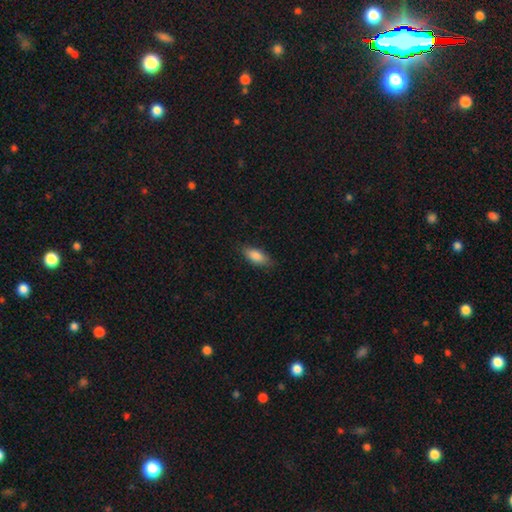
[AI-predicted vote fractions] Q: Smooth or featured?
A: smooth (87%); runner-up: featured or disk (7%)
Q: How rounded?
A: in between (83%); runner-up: cigar-shaped (14%)
Q: Merging?
A: none (82%); runner-up: minor disturbance (14%)